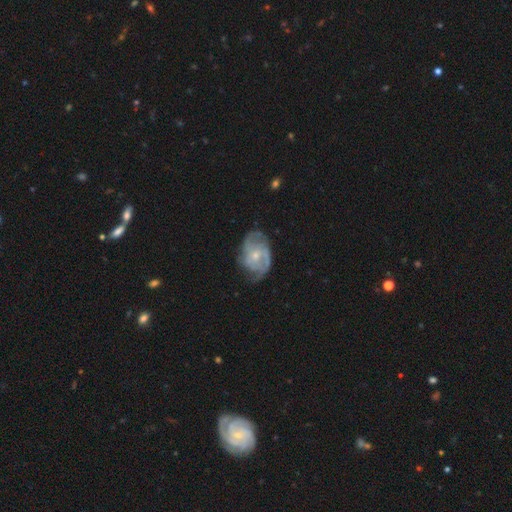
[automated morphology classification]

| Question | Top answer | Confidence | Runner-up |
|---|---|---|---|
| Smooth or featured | featured or disk | 77% | smooth (18%) |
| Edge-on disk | no | 97% | yes (3%) |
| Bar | no | 69% | weak (26%) |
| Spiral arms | yes | 85% | no (15%) |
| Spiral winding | medium | 42% | tight (39%) |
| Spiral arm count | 2 | 34% | can't tell (33%) |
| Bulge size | small | 61% | moderate (35%) |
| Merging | none | 56% | minor disturbance (27%) |